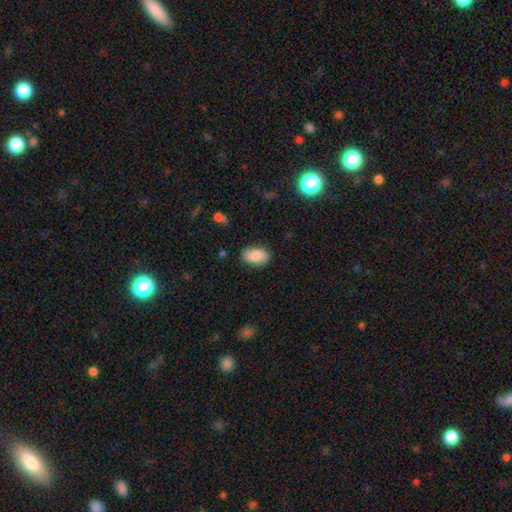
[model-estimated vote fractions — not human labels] smooth_or_featured: smooth (p=0.74) [alt: featured or disk p=0.19]
how_rounded: in between (p=0.91) [alt: round p=0.07]
merging: none (p=0.81) [alt: minor disturbance p=0.14]